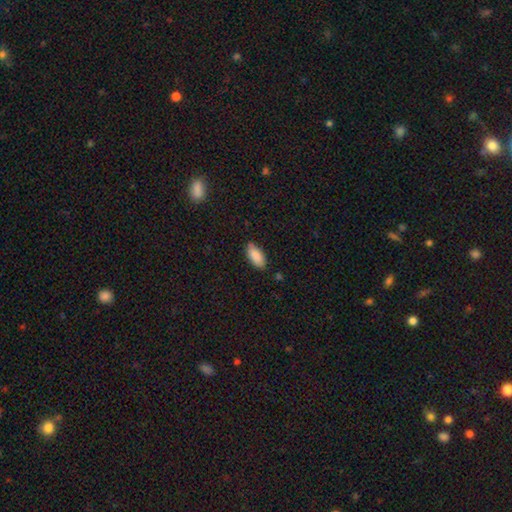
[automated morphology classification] Smooth or featured? smooth (89%)
How rounded? in between (89%)
Merging? none (81%)